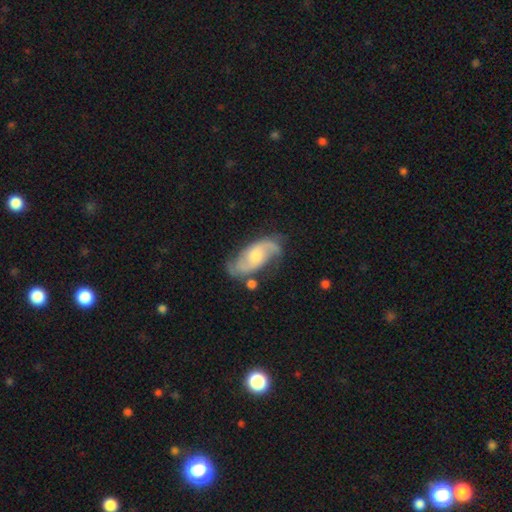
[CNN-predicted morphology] Q: Smooth or featured?
A: featured or disk (81%); runner-up: smooth (13%)
Q: Edge-on disk?
A: no (95%); runner-up: yes (5%)
Q: Bar?
A: no (57%); runner-up: weak (36%)
Q: Spiral arms?
A: yes (95%); runner-up: no (5%)
Q: Spiral winding?
A: medium (46%); runner-up: loose (34%)
Q: Spiral arm count?
A: 2 (88%); runner-up: can't tell (6%)
Q: Bulge size?
A: moderate (54%); runner-up: small (36%)
Q: Merging?
A: none (70%); runner-up: minor disturbance (19%)